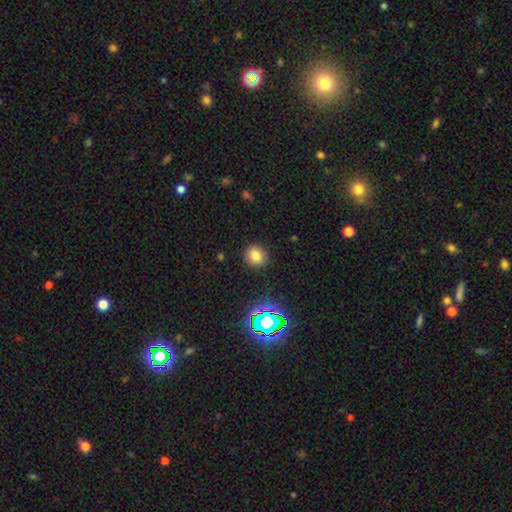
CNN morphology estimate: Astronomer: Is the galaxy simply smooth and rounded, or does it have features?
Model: smooth — 77%.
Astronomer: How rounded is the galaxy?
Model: round — 88%.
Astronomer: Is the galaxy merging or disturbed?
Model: none — 89%.